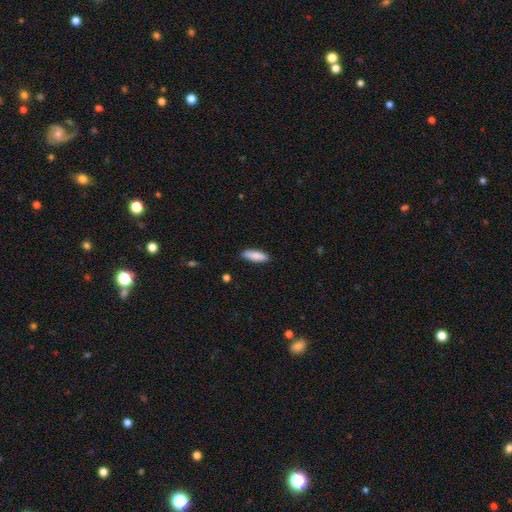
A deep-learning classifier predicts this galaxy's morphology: This is clearly a smooth galaxy (88%). How rounded: possibly in between (54%). Merging: clearly none (88%).